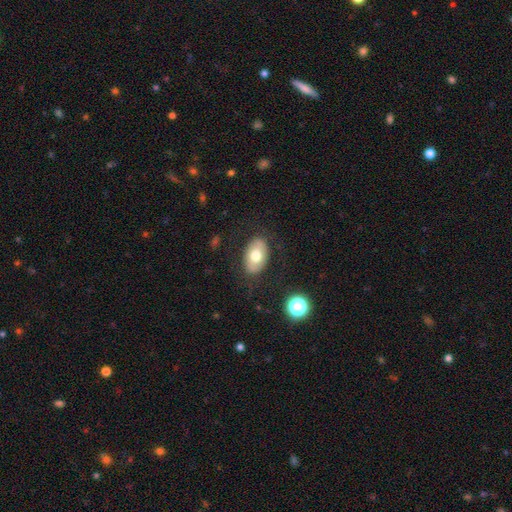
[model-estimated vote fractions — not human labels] Smooth or featured: smooth — 68% (featured or disk — 25%)
How rounded: in between — 90% (round — 9%)
Merging: none — 83% (minor disturbance — 12%)